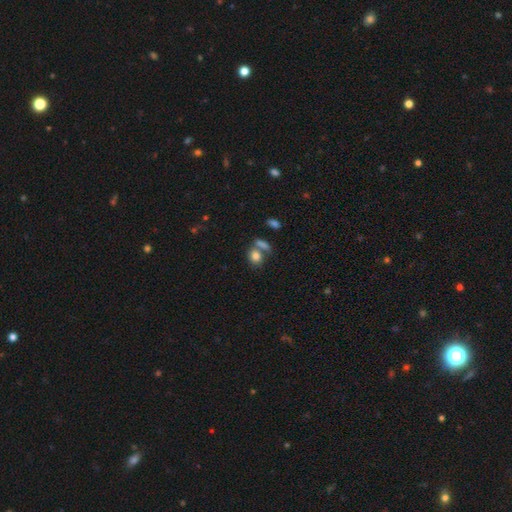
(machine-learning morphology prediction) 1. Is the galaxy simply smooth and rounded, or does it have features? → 81% smooth, 10% star or artifact, 8% featured or disk.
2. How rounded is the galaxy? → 54% in between, 43% round, 2% cigar-shaped.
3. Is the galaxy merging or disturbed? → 48% none, 35% merger, 12% minor disturbance, 5% major disturbance.